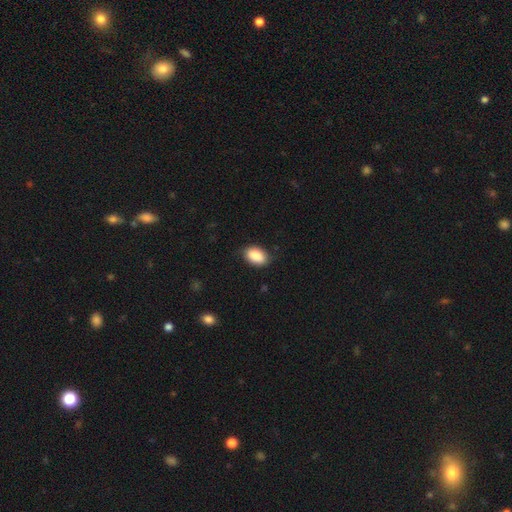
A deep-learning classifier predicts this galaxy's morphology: smooth_or_featured: smooth (p=0.89) [alt: star or artifact p=0.07]
how_rounded: in between (p=0.89) [alt: round p=0.09]
merging: none (p=0.84) [alt: minor disturbance p=0.12]